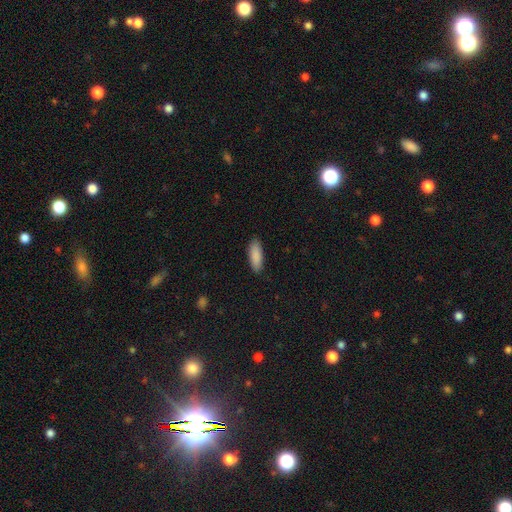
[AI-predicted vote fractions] The model was most divided on "how rounded": in between: 65%, cigar-shaped: 33%, round: 2%. More confident: smooth or featured — smooth (89%); merging — none (89%).